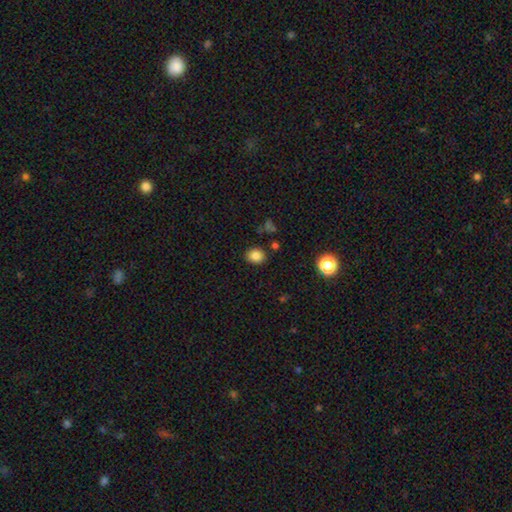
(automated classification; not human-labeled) A smooth galaxy with no disk features (83%) that is round (61%). Merging: none (87%).